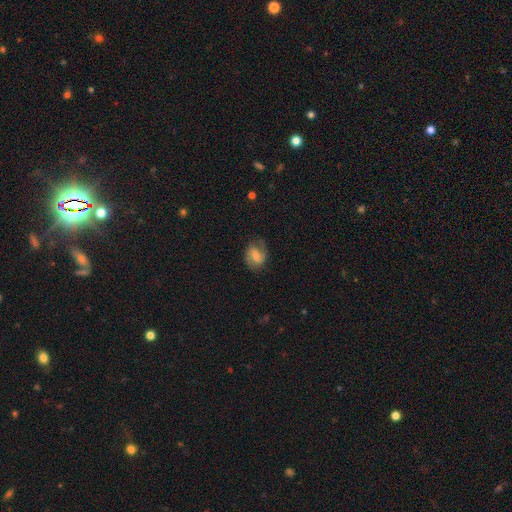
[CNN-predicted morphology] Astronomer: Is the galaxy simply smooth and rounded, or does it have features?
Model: featured or disk — 59%.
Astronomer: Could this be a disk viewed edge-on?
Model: no — 97%.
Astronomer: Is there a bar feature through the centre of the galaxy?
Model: weak — 50% (runner-up: no, 30%).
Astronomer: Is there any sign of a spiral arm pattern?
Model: yes — 88%.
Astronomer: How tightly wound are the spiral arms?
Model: medium — 46% (runner-up: loose, 29%).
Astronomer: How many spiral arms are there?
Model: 2 — 80%.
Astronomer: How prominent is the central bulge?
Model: small — 45% (runner-up: moderate, 42%).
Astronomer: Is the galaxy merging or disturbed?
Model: none — 70%.